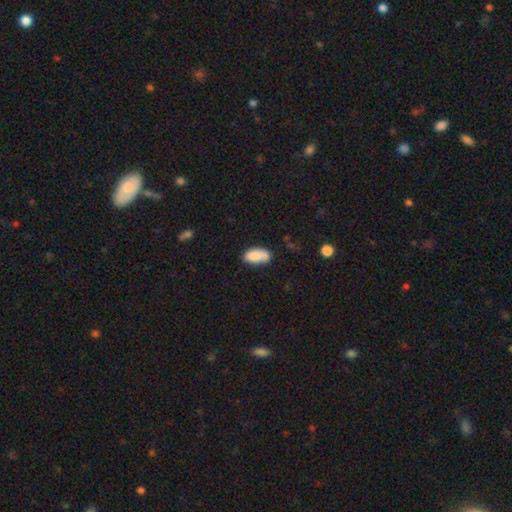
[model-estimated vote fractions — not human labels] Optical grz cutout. It shows a smooth galaxy with no disk features (83%) that is in between round and cigar-shaped (92%). Merging: none (62%).